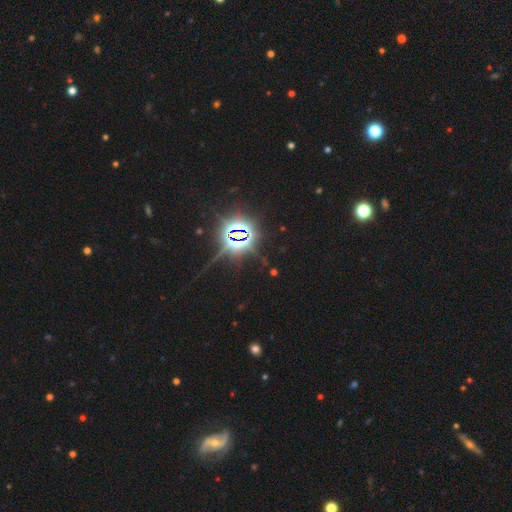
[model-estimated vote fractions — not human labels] Overall: star or artifact (85%).